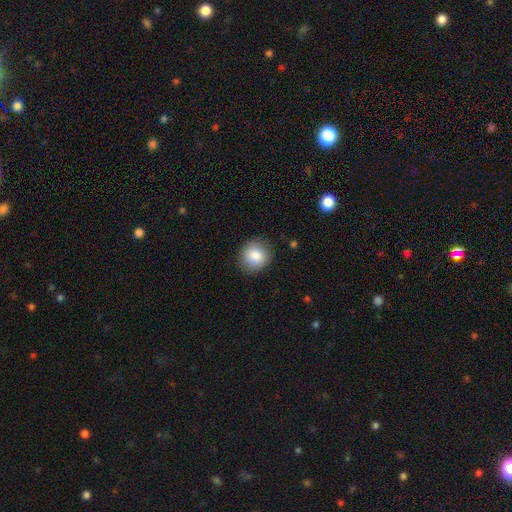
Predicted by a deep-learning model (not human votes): Morphology: type=smooth (85%); roundness=round (85%); merging=none (88%).